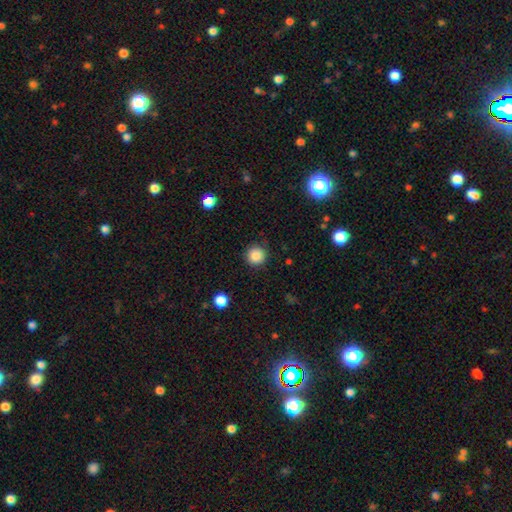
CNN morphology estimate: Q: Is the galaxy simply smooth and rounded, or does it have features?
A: smooth — 86%.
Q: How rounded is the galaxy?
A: round — 95%.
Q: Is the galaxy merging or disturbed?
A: none — 89%.